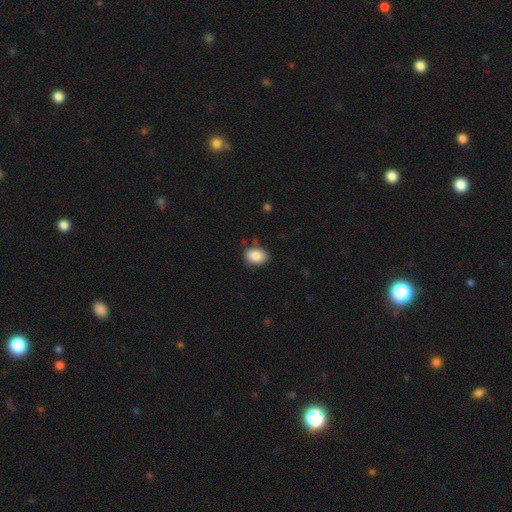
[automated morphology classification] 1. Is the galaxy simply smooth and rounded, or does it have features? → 86% smooth, 8% star or artifact, 6% featured or disk.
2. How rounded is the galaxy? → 75% in between, 24% round, 1% cigar-shaped.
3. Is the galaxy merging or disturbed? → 80% none, 15% minor disturbance, 3% major disturbance, 2% merger.